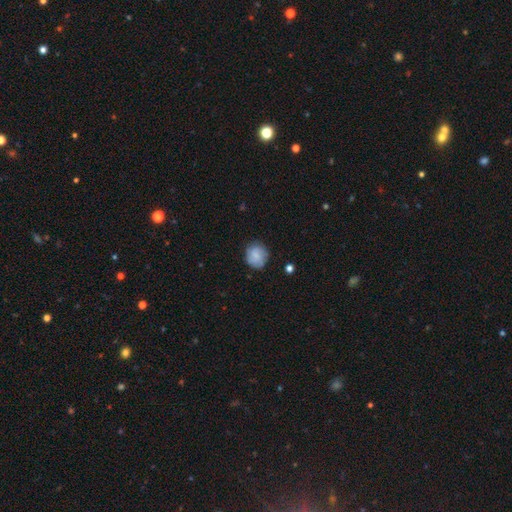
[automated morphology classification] Smooth or featured? Predicted: smooth (p=0.75). How rounded? Predicted: round (p=0.82). Merging? Predicted: none (p=0.78).